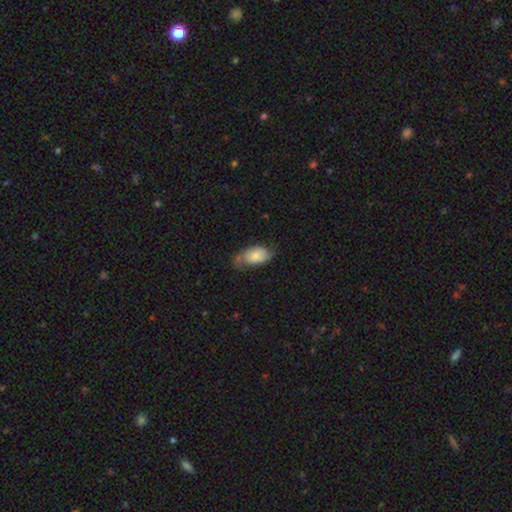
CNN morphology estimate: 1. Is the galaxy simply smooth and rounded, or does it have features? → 62% smooth, 31% featured or disk, 7% star or artifact.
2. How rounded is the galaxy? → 92% in between, 6% round, 3% cigar-shaped.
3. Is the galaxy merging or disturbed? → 45% none, 35% minor disturbance, 16% major disturbance, 3% merger.